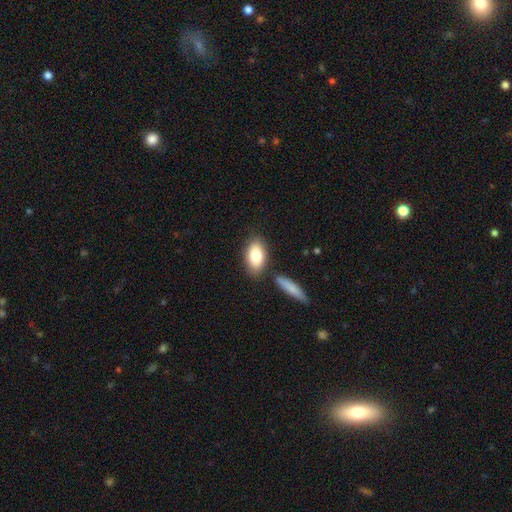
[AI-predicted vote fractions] Smooth or featured: smooth — 80% (featured or disk — 13%)
How rounded: in between — 90% (round — 5%)
Merging: none — 76% (minor disturbance — 11%)